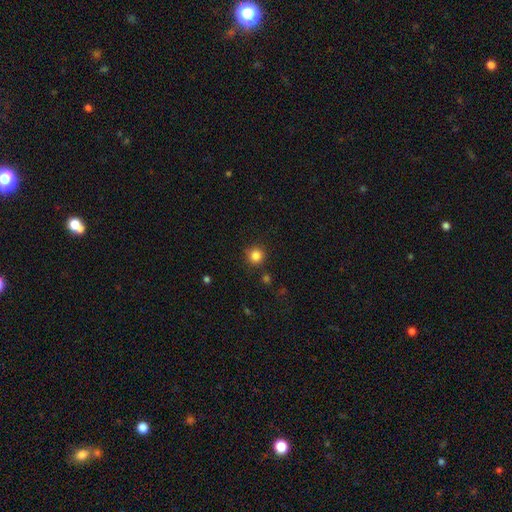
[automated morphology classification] smooth 84%, star or artifact 12%, featured or disk 4%. Down the decision tree: how rounded — round (94%); merging — none (88%).